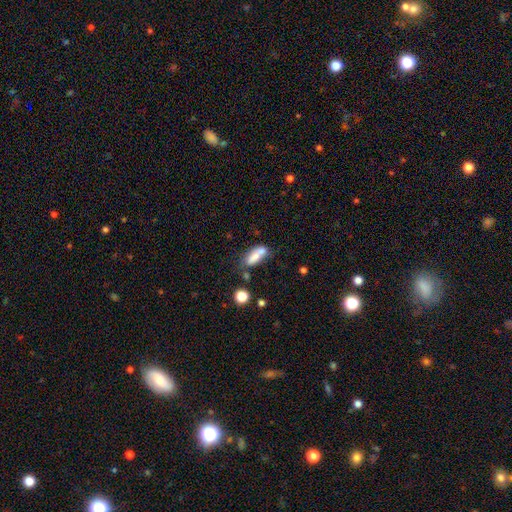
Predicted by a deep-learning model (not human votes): Smooth or featured?
  - smooth: 70% *
  - featured or disk: 21%
  - star or artifact: 9%
How rounded?
  - in between: 71% *
  - cigar-shaped: 25%
  - round: 4%
Merging?
  - merger: 39% *
  - none: 35%
  - minor disturbance: 17%
  - major disturbance: 9%